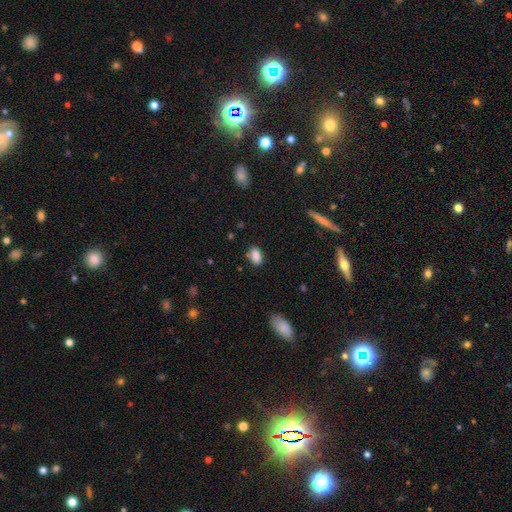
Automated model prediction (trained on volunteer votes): smooth-or-featured: smooth: 86% | star or artifact: 9% | featured or disk: 5%
  how-rounded: in between: 88% | round: 9% | cigar-shaped: 3%
  merging: none: 75% | minor disturbance: 17% | merger: 5% | major disturbance: 4%